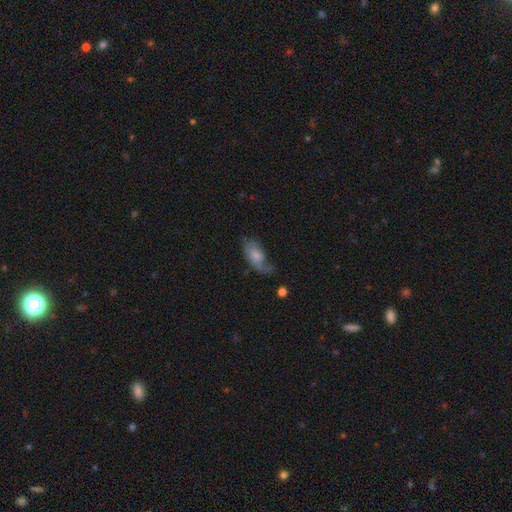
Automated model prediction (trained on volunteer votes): This appears to be a featured or disk galaxy (49%). Merging: none (38%).